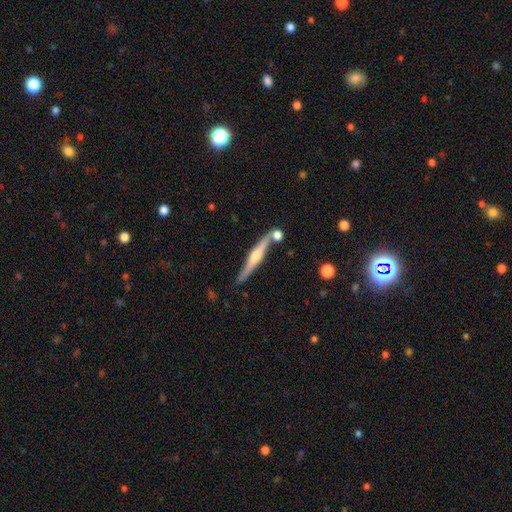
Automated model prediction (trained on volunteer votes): Smooth or featured? Predicted: featured or disk (p=0.74). Edge-on disk? Predicted: yes (p=0.97). Edge-on bulge? Predicted: rounded (p=0.86). Merging? Predicted: none (p=0.79).